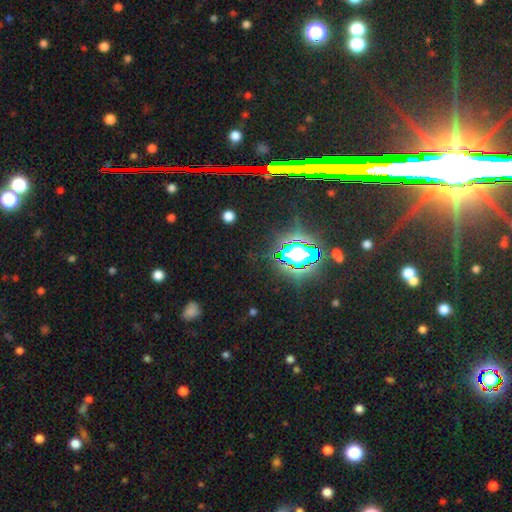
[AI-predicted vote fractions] A star or artifact, not a galaxy (78%).

Vote fractions:
- Smooth or featured? star or artifact: 78% / smooth: 12% / featured or disk: 10%